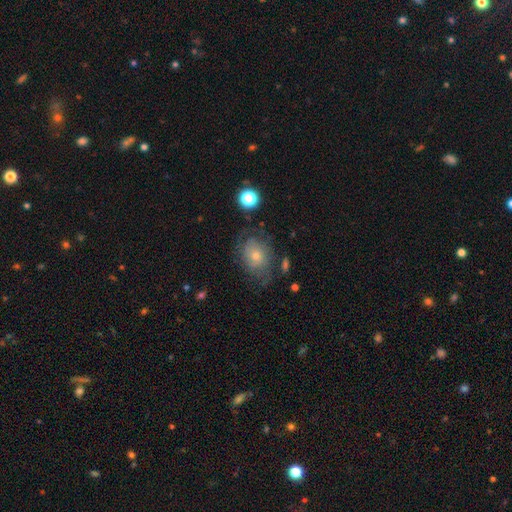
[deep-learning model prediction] Overall: featured or disk (48%; smooth 39%). Merging: none (63%).